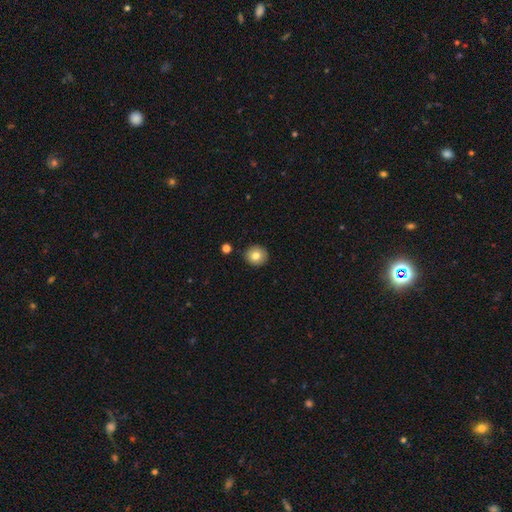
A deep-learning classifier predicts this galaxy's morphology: Smooth or featured: smooth — 80% (featured or disk — 11%)
How rounded: round — 89% (in between — 10%)
Merging: none — 90% (minor disturbance — 6%)